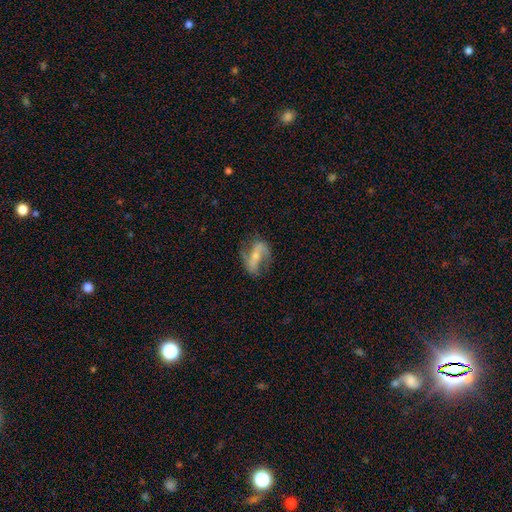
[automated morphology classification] A featured or disk galaxy (76%) with a strong bar (49%), 2 (88%) loose (48%) spiral arms (88%) and a small central bulge (53%). Merging: none (69%).